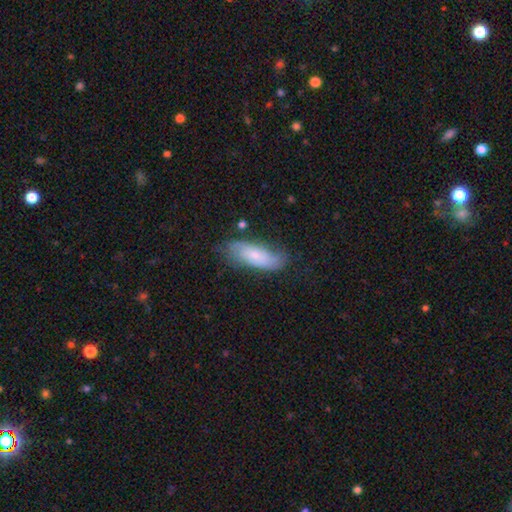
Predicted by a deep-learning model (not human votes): A smooth galaxy with no disk features (55%) that is in between round and cigar-shaped (71%). Merging: none (65%).